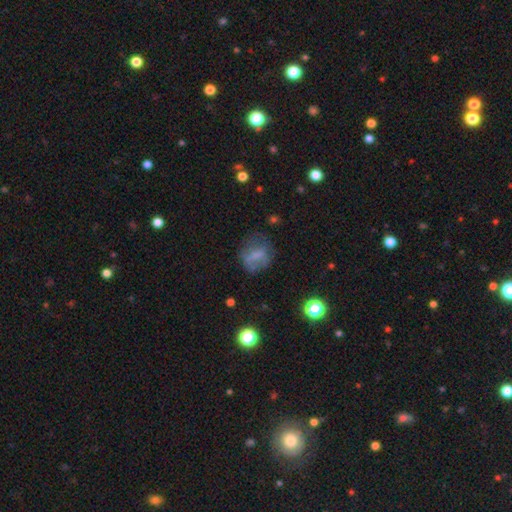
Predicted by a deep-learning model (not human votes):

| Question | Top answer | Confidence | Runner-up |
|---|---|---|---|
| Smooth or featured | smooth | 53% | featured or disk (32%) |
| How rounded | round | 56% | in between (40%) |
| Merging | none | 59% | minor disturbance (21%) |